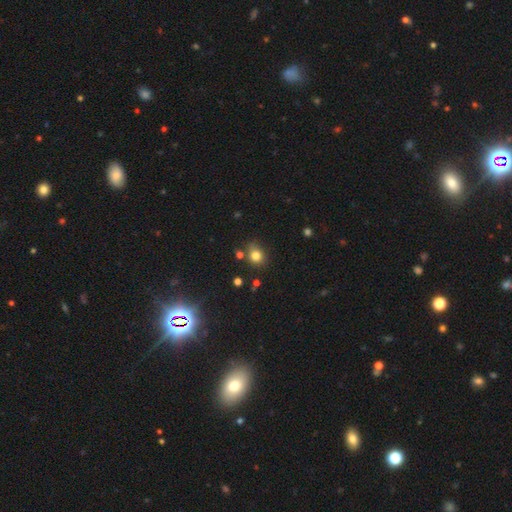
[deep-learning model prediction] Overall: smooth (80%). How rounded: round (72%). Merging: none (70%).